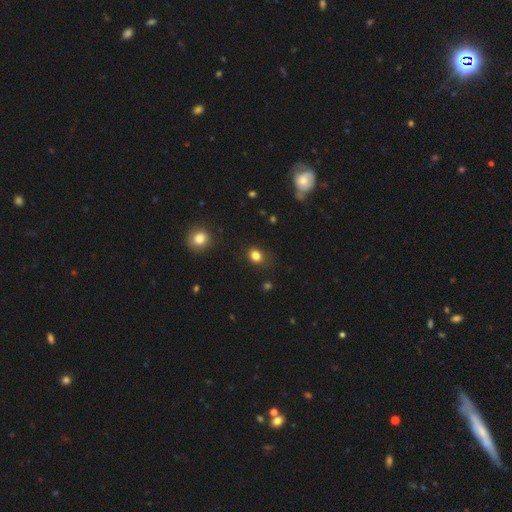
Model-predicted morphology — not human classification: smooth 82%, star or artifact 13%, featured or disk 5%. Down the decision tree: how rounded — round (62%); merging — none (82%).